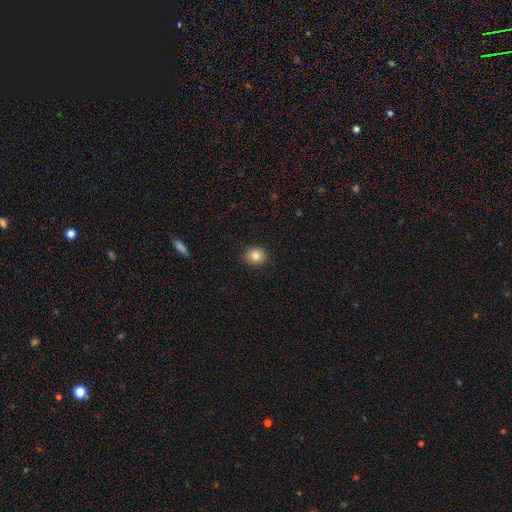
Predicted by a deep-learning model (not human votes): Overall: smooth (83%). How rounded: round (75%). Merging: none (90%).